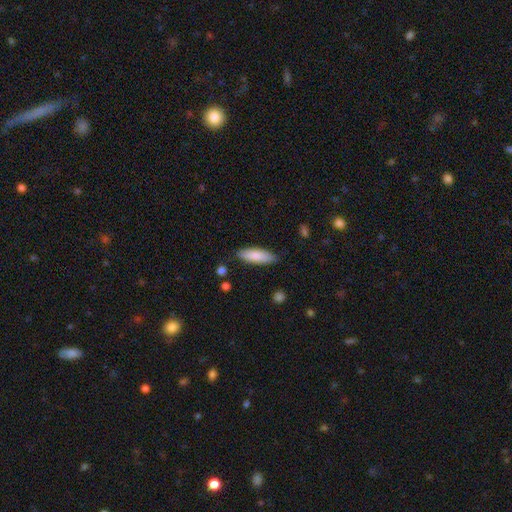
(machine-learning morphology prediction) A smooth galaxy with no disk features (84%) that is in between round and cigar-shaped (52%).

Vote fractions:
- Smooth or featured? smooth: 84% / featured or disk: 10% / star or artifact: 6%
- How rounded? in between: 52% / cigar-shaped: 46% / round: 2%
- Merging? none: 85% / minor disturbance: 11% / major disturbance: 2% / merger: 1%